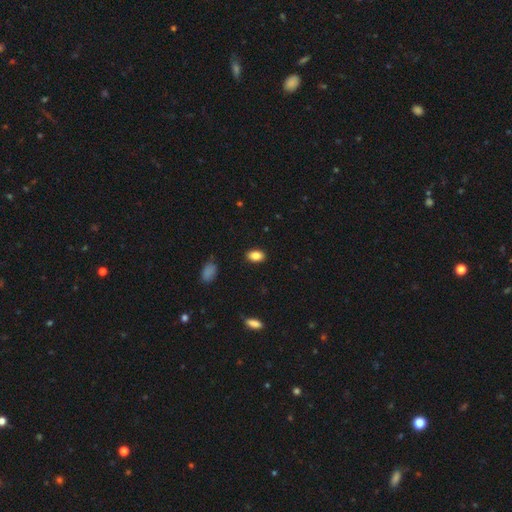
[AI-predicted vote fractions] This appears to be a smooth galaxy with no disk features (86%) that is in between round and cigar-shaped (88%). Merging: none (89%).